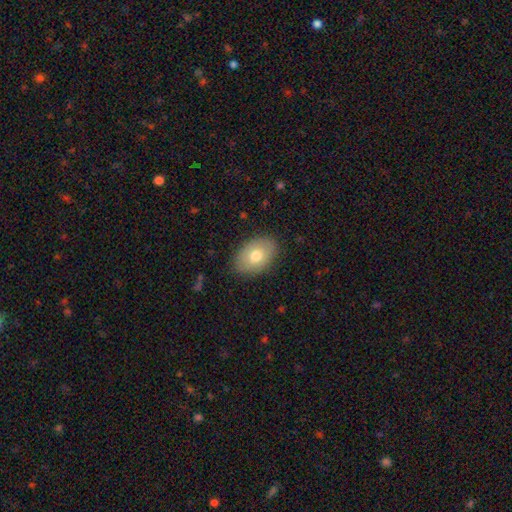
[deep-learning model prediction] Smooth or featured: smooth — 73% (featured or disk — 20%)
How rounded: in between — 86% (round — 13%)
Merging: none — 86% (minor disturbance — 11%)